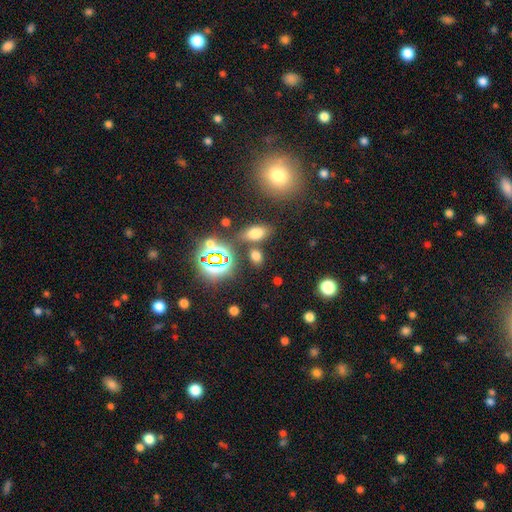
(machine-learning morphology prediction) A smooth galaxy with no disk features (63%) that is in between round and cigar-shaped (78%).

Vote fractions:
- Smooth or featured? smooth: 63% / star or artifact: 29% / featured or disk: 8%
- How rounded? in between: 78% / round: 18% / cigar-shaped: 4%
- Merging? none: 75% / merger: 12% / minor disturbance: 9% / major disturbance: 4%